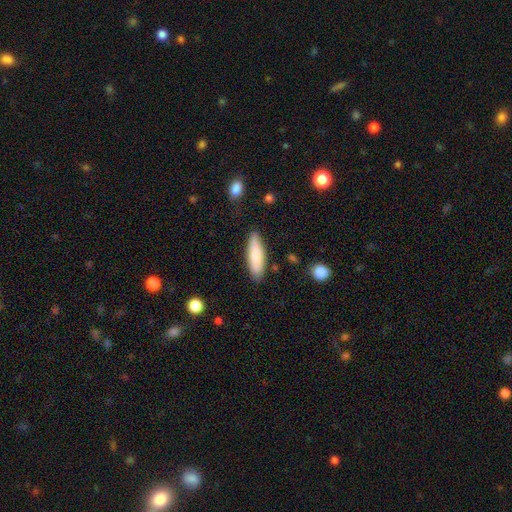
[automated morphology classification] Smooth or featured? Predicted: smooth (p=0.82). How rounded? Predicted: cigar-shaped (p=0.55). Merging? Predicted: none (p=0.85).